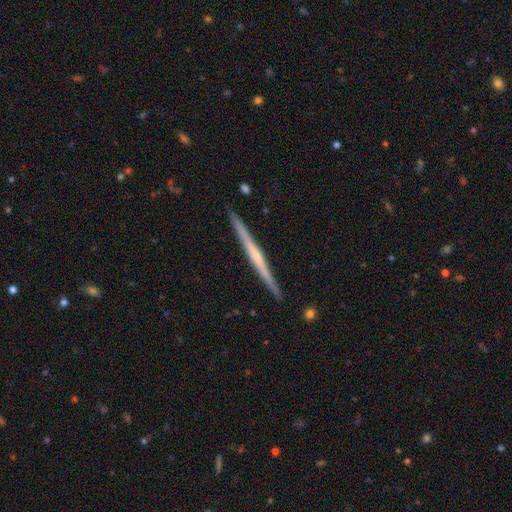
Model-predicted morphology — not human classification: smooth_or_featured: featured or disk (p=0.71) [alt: smooth p=0.24]
disk_edge_on: yes (p=0.98) [alt: no p=0.02]
edge_on_bulge: none (p=0.49) [alt: rounded p=0.43]
merging: none (p=0.91) [alt: minor disturbance p=0.06]